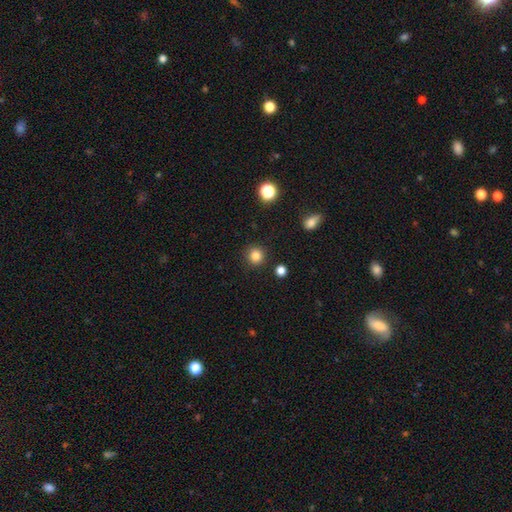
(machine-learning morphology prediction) Smooth or featured: smooth — 84% (star or artifact — 12%)
How rounded: round — 93% (in between — 6%)
Merging: none — 90% (minor disturbance — 6%)